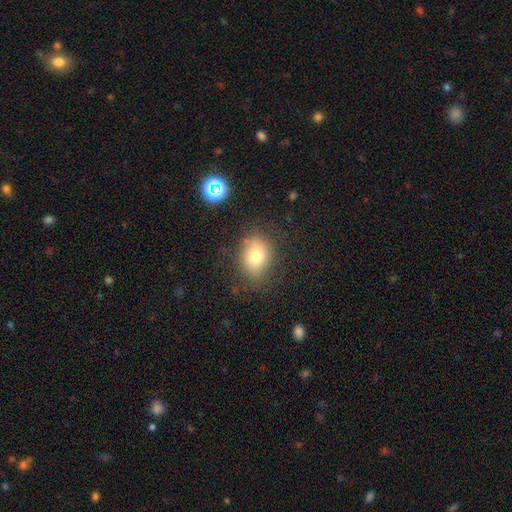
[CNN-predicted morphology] smooth 76%, featured or disk 12%, star or artifact 12%. Down the decision tree: how rounded — in between (58%); merging — none (75%).